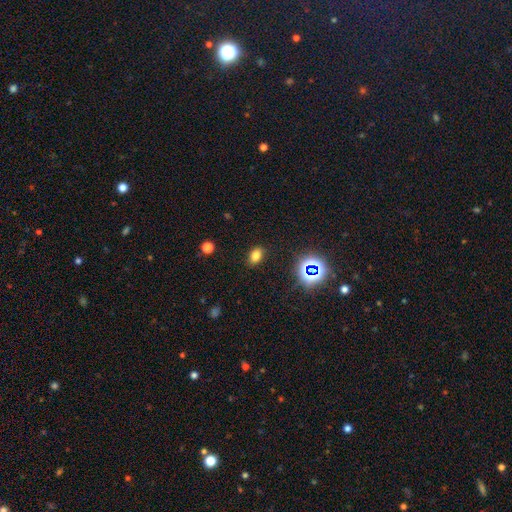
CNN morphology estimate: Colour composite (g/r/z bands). It shows a smooth galaxy with no disk features (73%) that is in between round and cigar-shaped (81%). Merging: none (86%).